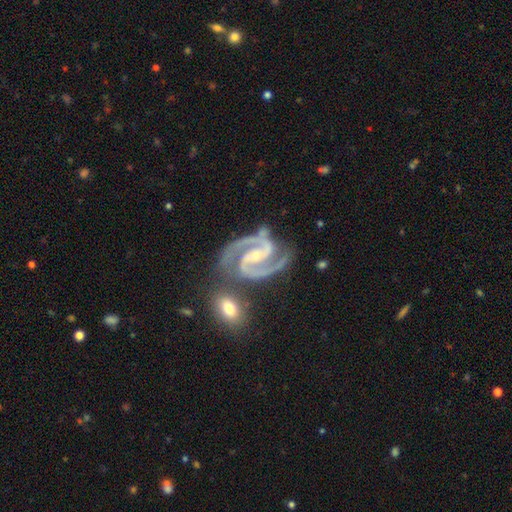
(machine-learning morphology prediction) This appears to be a featured or disk galaxy (94%) with a strong bar (45%), 2 (90%) medium (64%) spiral arms (99%) and a small central bulge (71%). Merging: none (66%).